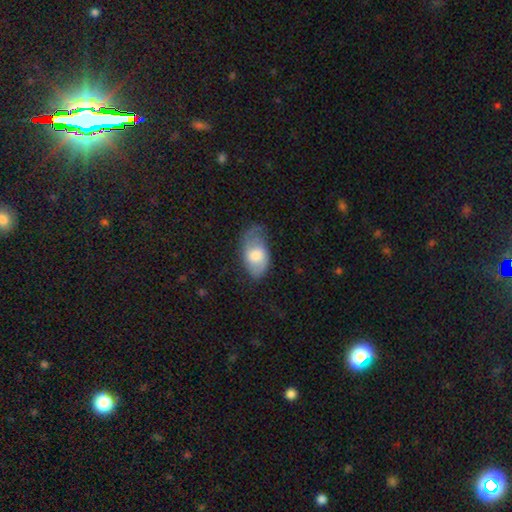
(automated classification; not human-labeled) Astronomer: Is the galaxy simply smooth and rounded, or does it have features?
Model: smooth — 60%.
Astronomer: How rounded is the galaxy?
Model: in between — 92%.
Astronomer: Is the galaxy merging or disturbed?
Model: none — 44% (runner-up: minor disturbance, 36%).